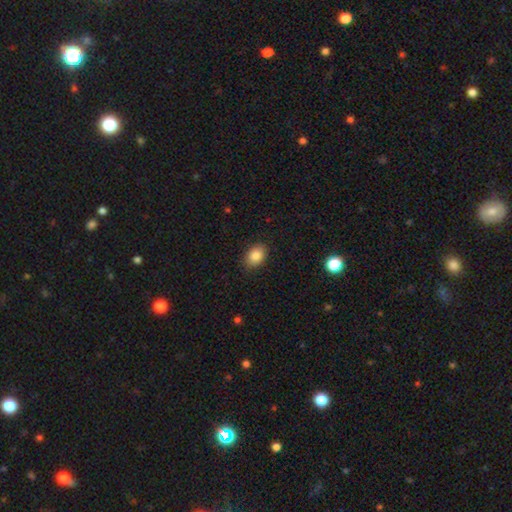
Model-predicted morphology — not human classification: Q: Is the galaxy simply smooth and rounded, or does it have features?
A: smooth — 85%.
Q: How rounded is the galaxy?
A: in between — 72%.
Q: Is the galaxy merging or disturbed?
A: none — 86%.